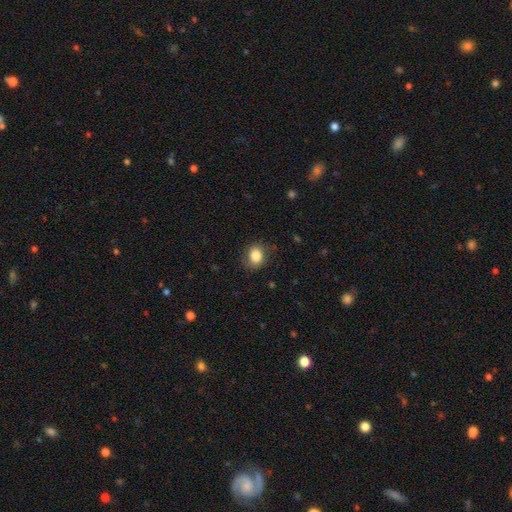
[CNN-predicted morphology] Smooth or featured?
  - smooth: 83% *
  - star or artifact: 9%
  - featured or disk: 8%
How rounded?
  - round: 54% *
  - in between: 46%
  - cigar-shaped: 1%
Merging?
  - none: 78% *
  - minor disturbance: 17%
  - major disturbance: 5%
  - merger: 1%